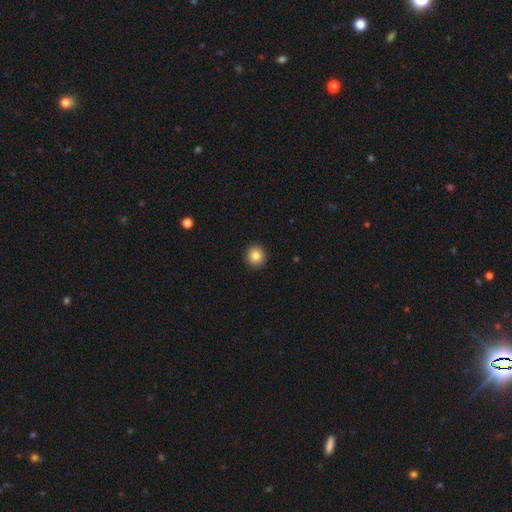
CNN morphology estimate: This appears to be a smooth galaxy with no disk features (84%) that is round (92%). Merging: none (93%).